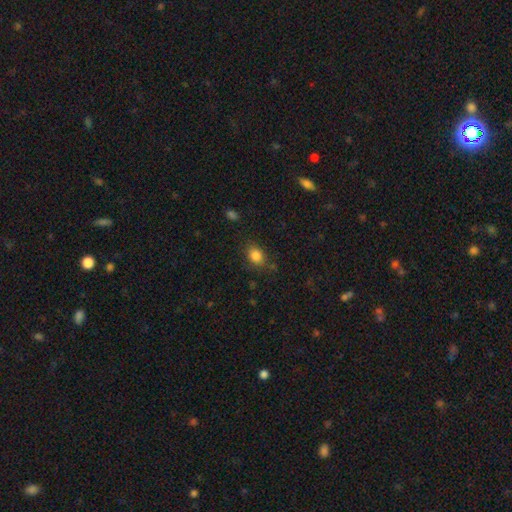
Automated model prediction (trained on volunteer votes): Q: Smooth or featured?
A: smooth (84%); runner-up: star or artifact (10%)
Q: How rounded?
A: in between (66%); runner-up: round (33%)
Q: Merging?
A: none (78%); runner-up: minor disturbance (15%)